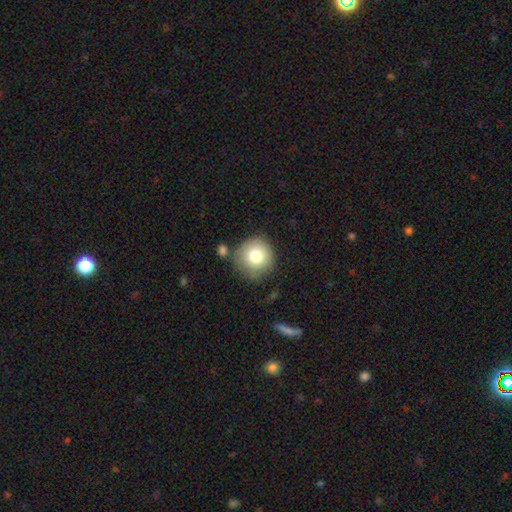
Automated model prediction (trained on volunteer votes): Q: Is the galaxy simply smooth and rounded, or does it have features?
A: smooth — 79%.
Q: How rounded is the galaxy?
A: round — 93%.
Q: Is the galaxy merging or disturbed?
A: none — 75%.